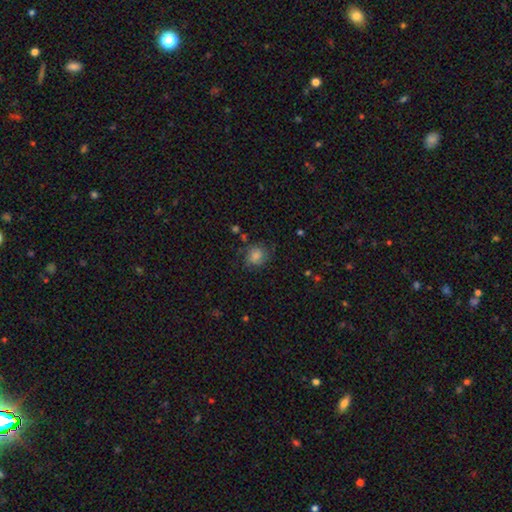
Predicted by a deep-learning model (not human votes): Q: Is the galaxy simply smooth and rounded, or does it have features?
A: smooth — 60%.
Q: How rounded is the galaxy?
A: round — 72%.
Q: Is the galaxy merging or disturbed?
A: none — 70%.